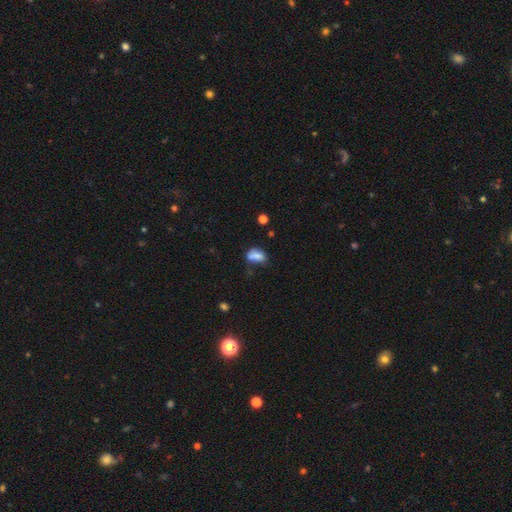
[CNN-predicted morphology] smooth-or-featured: smooth: 72% | featured or disk: 17% | star or artifact: 11%
  how-rounded: in between: 76% | round: 20% | cigar-shaped: 3%
  merging: none: 38% | merger: 27% | minor disturbance: 24% | major disturbance: 11%